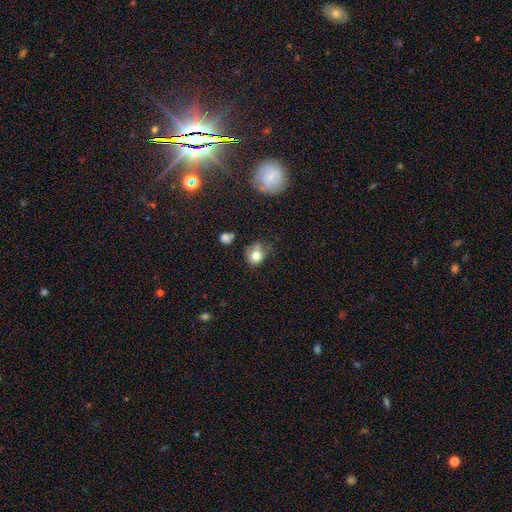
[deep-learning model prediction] This is likely a smooth galaxy (75%). How rounded: likely round (66%). Merging: marginally none (39%).